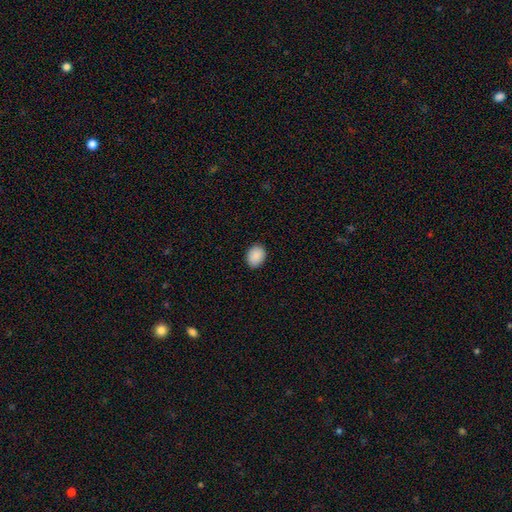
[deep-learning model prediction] Morphology: type=smooth (90%); roundness=in between (60%); merging=none (88%).